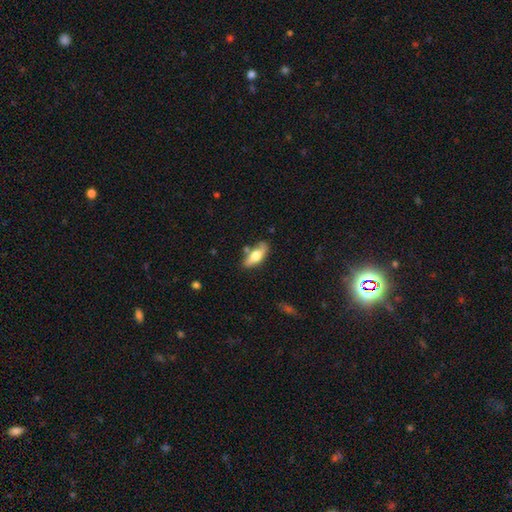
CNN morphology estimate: This is likely a smooth galaxy (61%). How rounded: likely in between (74%). Merging: likely none (68%).